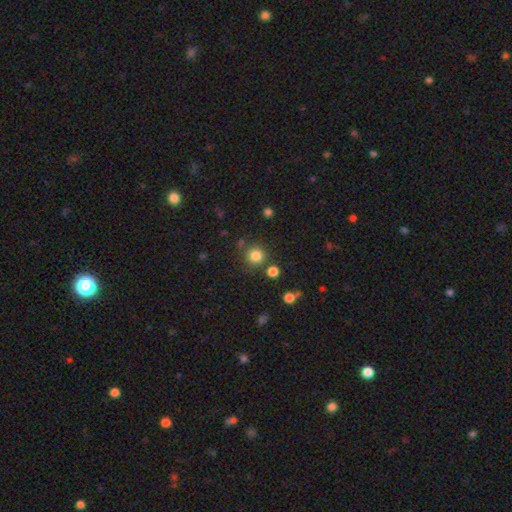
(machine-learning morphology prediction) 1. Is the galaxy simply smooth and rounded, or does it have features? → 82% smooth, 13% star or artifact, 5% featured or disk.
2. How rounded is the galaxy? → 93% round, 6% in between, 1% cigar-shaped.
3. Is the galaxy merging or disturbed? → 80% none, 9% minor disturbance, 8% merger, 3% major disturbance.